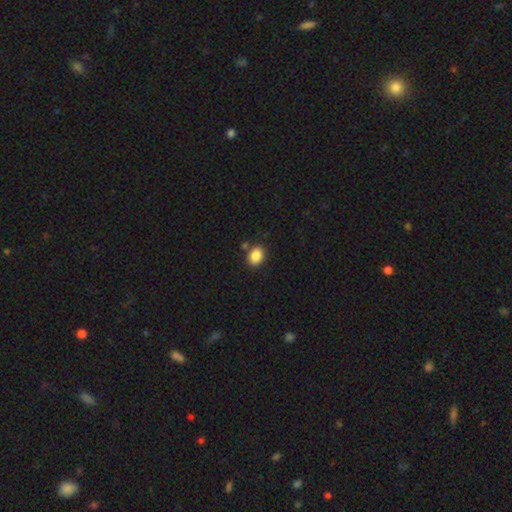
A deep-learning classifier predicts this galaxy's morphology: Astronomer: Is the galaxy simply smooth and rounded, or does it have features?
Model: smooth — 87%.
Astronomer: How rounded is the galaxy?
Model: in between — 63%.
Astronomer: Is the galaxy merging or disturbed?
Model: none — 80%.